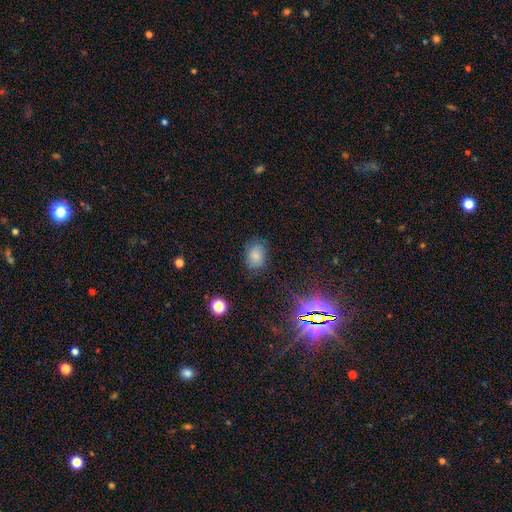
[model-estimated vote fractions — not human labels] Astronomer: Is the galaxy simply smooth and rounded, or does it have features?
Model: smooth — 77%.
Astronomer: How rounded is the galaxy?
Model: in between — 66%.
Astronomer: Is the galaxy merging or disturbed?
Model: none — 74%.